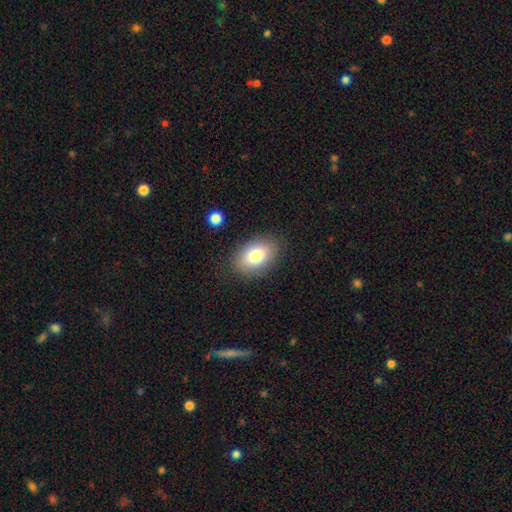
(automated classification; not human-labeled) smooth_or_featured: smooth (p=0.80) [alt: featured or disk p=0.12]
how_rounded: in between (p=0.89) [alt: round p=0.10]
merging: none (p=0.85) [alt: minor disturbance p=0.10]